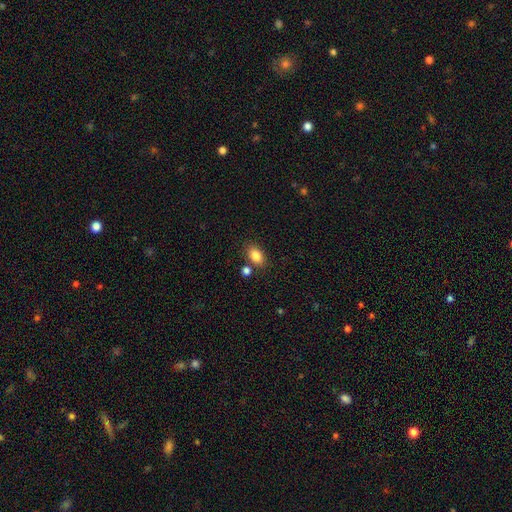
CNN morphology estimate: Smooth or featured? smooth (85%)
How rounded? in between (84%)
Merging? none (76%)